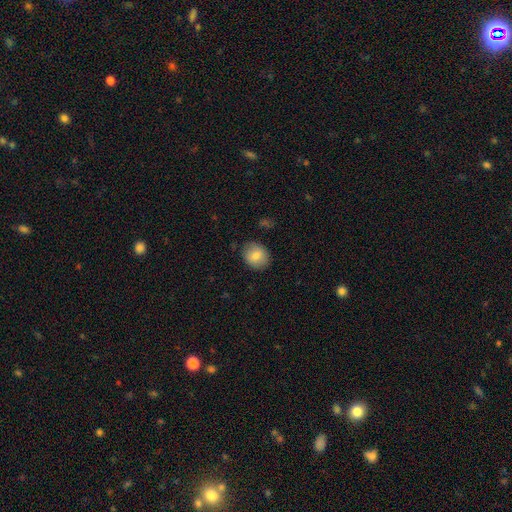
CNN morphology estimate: smooth_or_featured: smooth (p=0.82) [alt: featured or disk p=0.11]
how_rounded: round (p=0.66) [alt: in between p=0.33]
merging: none (p=0.83) [alt: minor disturbance p=0.13]